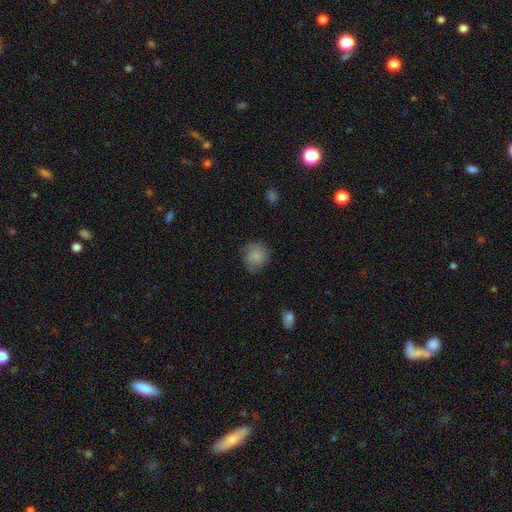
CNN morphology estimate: Smooth or featured: smooth — 83% (featured or disk — 9%)
How rounded: round — 86% (in between — 13%)
Merging: none — 74% (minor disturbance — 19%)